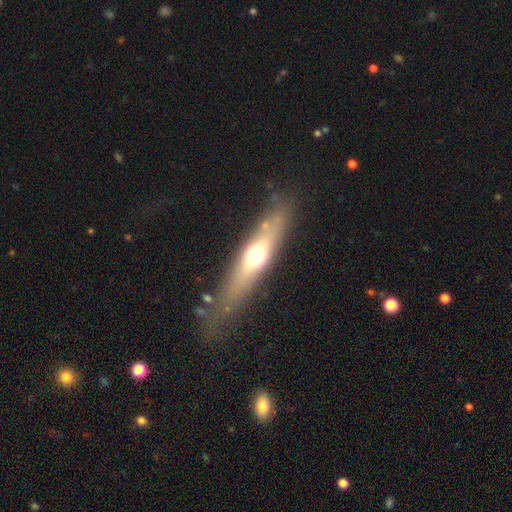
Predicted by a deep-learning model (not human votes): This is possibly a smooth galaxy (47%). Merging: likely none (78%).